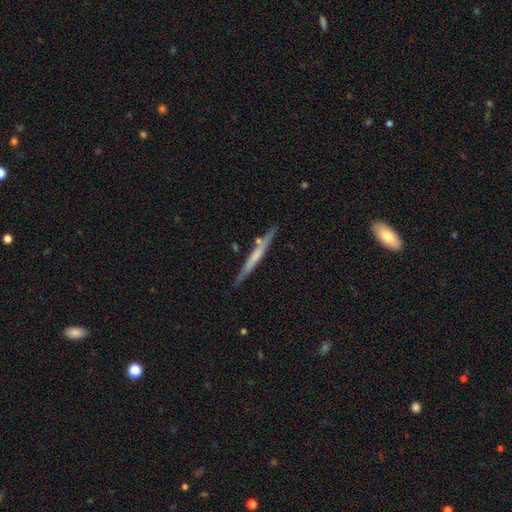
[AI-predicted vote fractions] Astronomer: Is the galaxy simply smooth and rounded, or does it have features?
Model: featured or disk — 56% (runner-up: smooth, 39%).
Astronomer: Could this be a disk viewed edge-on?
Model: yes — 96%.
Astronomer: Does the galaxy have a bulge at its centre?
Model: none — 69%.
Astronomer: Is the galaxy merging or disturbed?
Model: none — 83%.